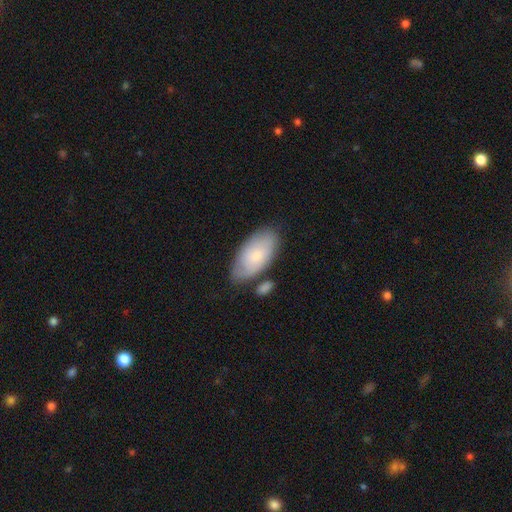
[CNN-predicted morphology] Q: Smooth or featured?
A: smooth (71%); runner-up: featured or disk (23%)
Q: How rounded?
A: in between (94%); runner-up: cigar-shaped (4%)
Q: Merging?
A: none (64%); runner-up: minor disturbance (19%)